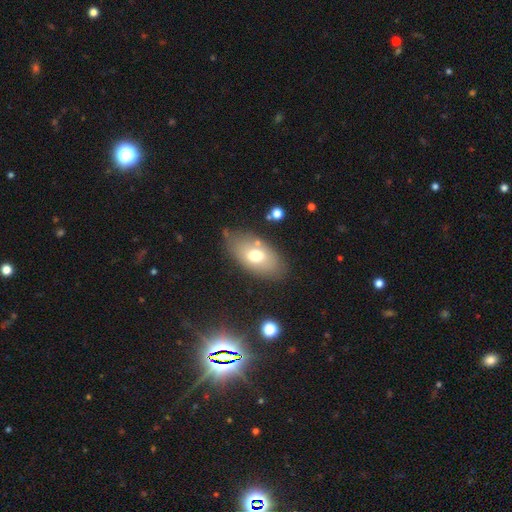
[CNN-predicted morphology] Smooth or featured?
  - smooth: 67% *
  - featured or disk: 24%
  - star or artifact: 9%
How rounded?
  - in between: 91% *
  - round: 7%
  - cigar-shaped: 2%
Merging?
  - none: 74% *
  - minor disturbance: 15%
  - major disturbance: 6%
  - merger: 5%